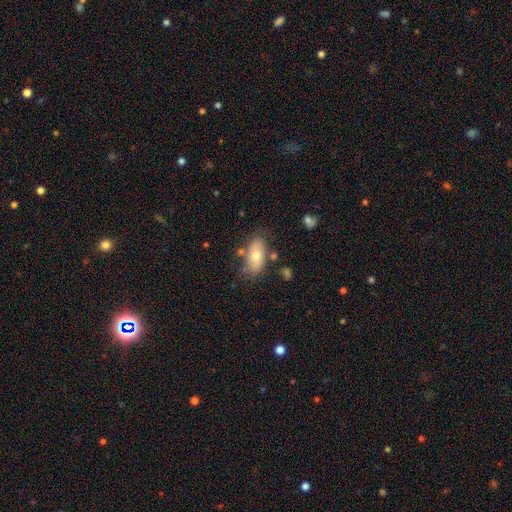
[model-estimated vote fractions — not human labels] Smooth or featured? Predicted: smooth (p=0.67). How rounded? Predicted: in between (p=0.89). Merging? Predicted: none (p=0.71).